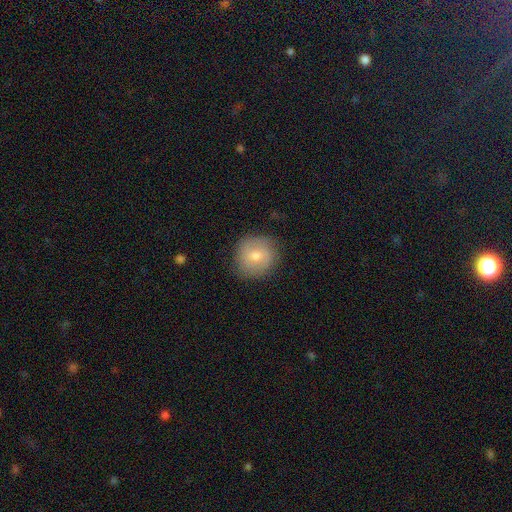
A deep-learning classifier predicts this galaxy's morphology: smooth 62%, featured or disk 29%, star or artifact 9%. Down the decision tree: how rounded — round (88%); merging — none (83%).